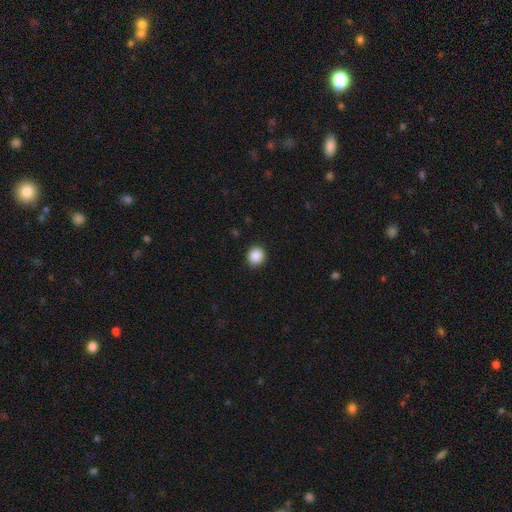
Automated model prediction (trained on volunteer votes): A smooth galaxy with no disk features (89%) that is round (91%).

Vote fractions:
- Smooth or featured? smooth: 89% / star or artifact: 9% / featured or disk: 3%
- How rounded? round: 91% / in between: 9% / cigar-shaped: 1%
- Merging? none: 92% / minor disturbance: 5% / major disturbance: 2% / merger: 1%